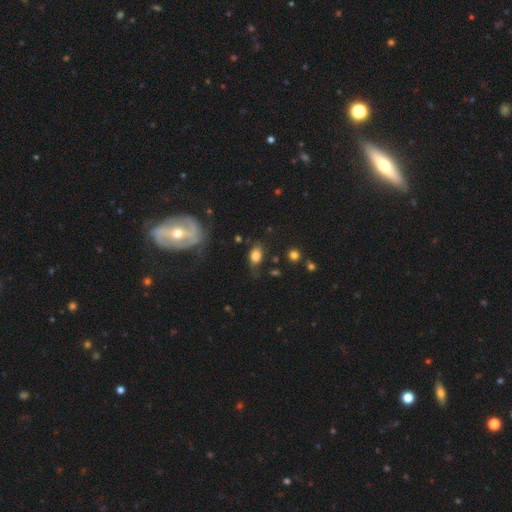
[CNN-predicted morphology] This appears to be a smooth galaxy with no disk features (79%) that is in between round and cigar-shaped (82%). Merging: none (63%).